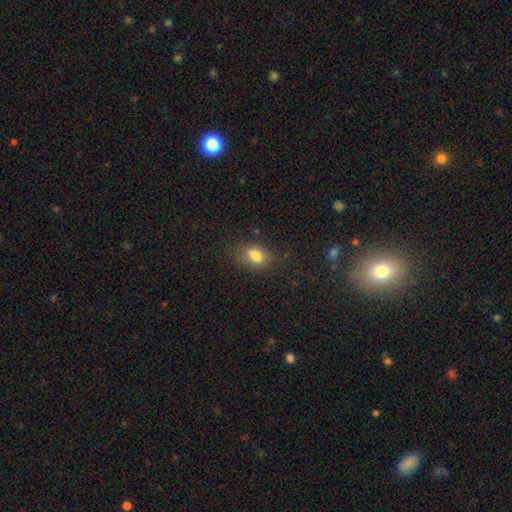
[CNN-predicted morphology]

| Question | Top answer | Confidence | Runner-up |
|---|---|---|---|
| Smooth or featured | smooth | 78% | star or artifact (12%) |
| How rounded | in between | 78% | round (19%) |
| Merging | none | 64% | minor disturbance (21%) |